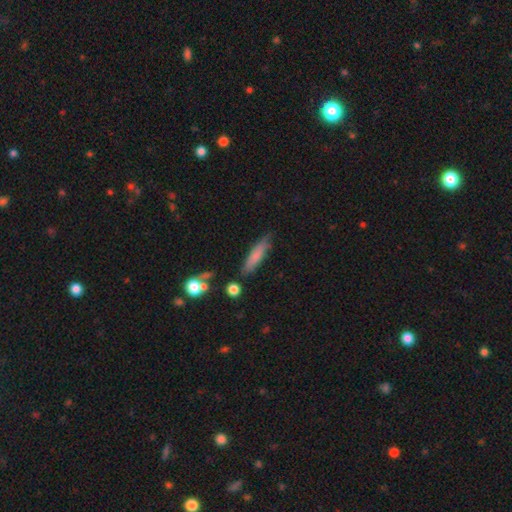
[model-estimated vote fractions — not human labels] smooth_or_featured: smooth (p=0.75) [alt: featured or disk p=0.18]
how_rounded: cigar-shaped (p=0.77) [alt: in between p=0.21]
merging: none (p=0.74) [alt: minor disturbance p=0.17]